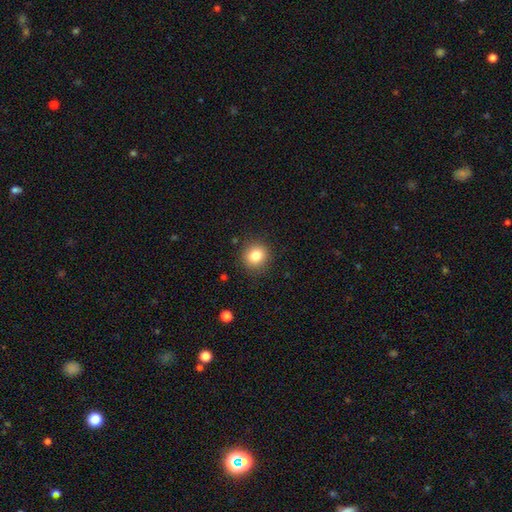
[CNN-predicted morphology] This is clearly a smooth galaxy (82%). How rounded: clearly round (88%). Merging: clearly none (89%).